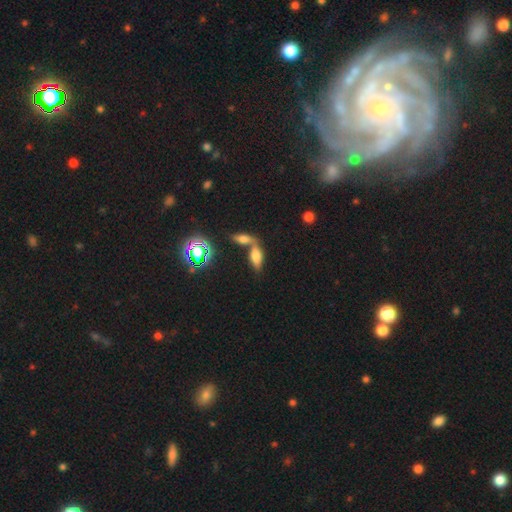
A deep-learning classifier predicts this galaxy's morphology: Smooth or featured?
  - smooth: 66% *
  - featured or disk: 18%
  - star or artifact: 16%
How rounded?
  - in between: 79% *
  - cigar-shaped: 16%
  - round: 5%
Merging?
  - merger: 51% *
  - none: 36%
  - minor disturbance: 8%
  - major disturbance: 5%